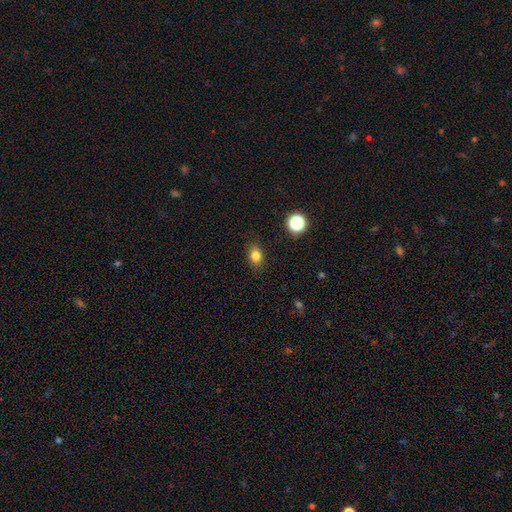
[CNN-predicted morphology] Q: Smooth or featured?
A: smooth (80%); runner-up: star or artifact (12%)
Q: How rounded?
A: in between (66%); runner-up: round (33%)
Q: Merging?
A: none (85%); runner-up: minor disturbance (11%)